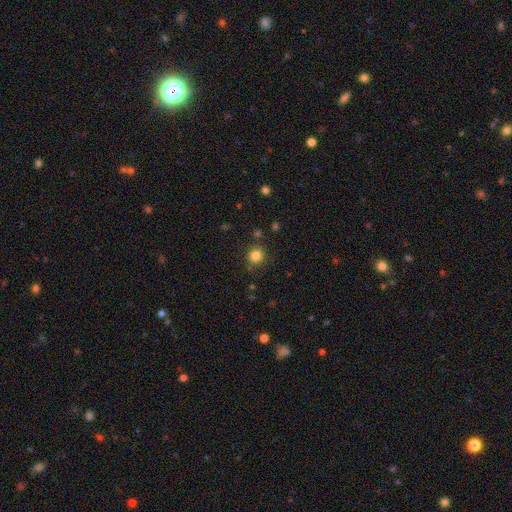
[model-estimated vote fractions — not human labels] smooth-or-featured: smooth: 82% | star or artifact: 13% | featured or disk: 5%
  how-rounded: round: 87% | in between: 12% | cigar-shaped: 1%
  merging: none: 85% | minor disturbance: 9% | merger: 3% | major disturbance: 3%